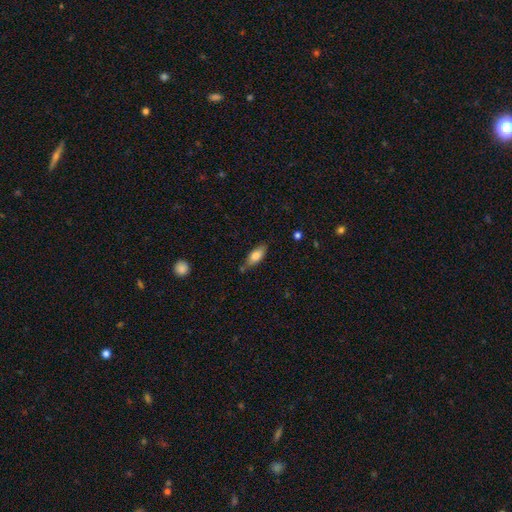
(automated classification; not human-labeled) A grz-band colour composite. It shows a smooth galaxy with no disk features (79%) that is in between round and cigar-shaped (79%). Merging: none (70%).